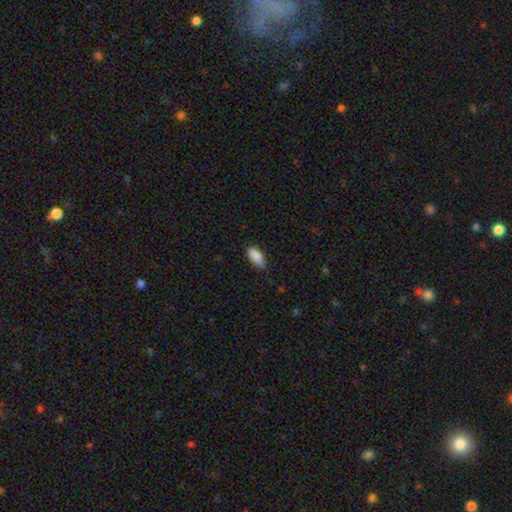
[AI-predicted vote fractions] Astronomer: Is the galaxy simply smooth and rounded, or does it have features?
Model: smooth — 88%.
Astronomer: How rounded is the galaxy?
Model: in between — 87%.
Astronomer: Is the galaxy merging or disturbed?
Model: none — 77%.